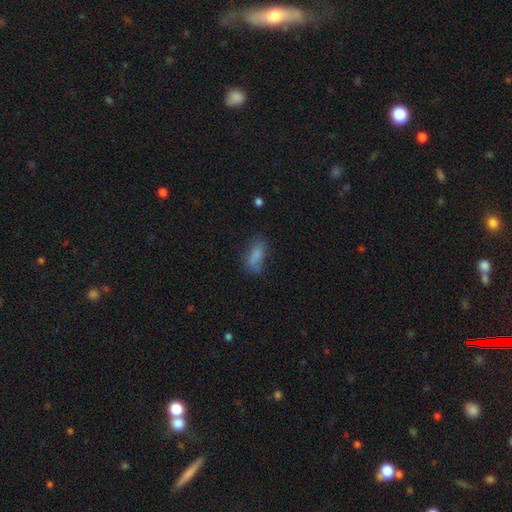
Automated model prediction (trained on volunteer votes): A smooth galaxy with no disk features (79%) that is in between round and cigar-shaped (78%).

Vote fractions:
- Smooth or featured? smooth: 79% / featured or disk: 12% / star or artifact: 10%
- How rounded? in between: 78% / cigar-shaped: 18% / round: 3%
- Merging? none: 57% / minor disturbance: 27% / major disturbance: 12% / merger: 3%